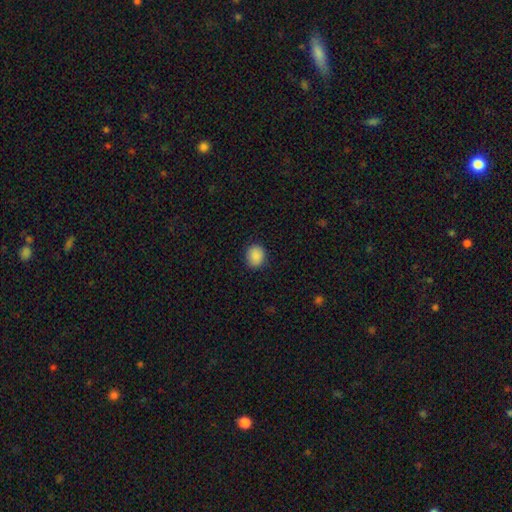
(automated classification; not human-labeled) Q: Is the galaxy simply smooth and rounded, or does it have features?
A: smooth — 89%.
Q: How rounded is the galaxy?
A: round — 73%.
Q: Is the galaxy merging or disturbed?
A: none — 90%.